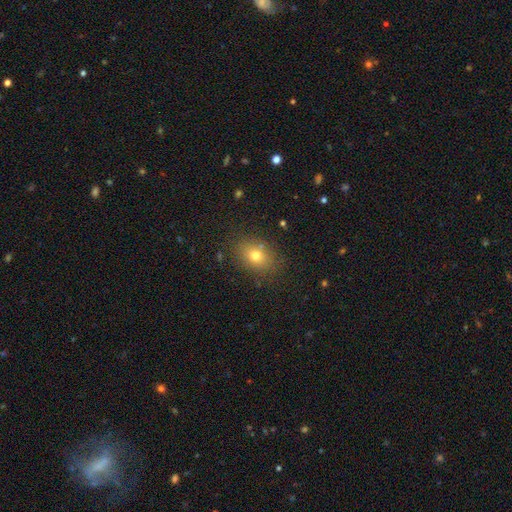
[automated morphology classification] Smooth or featured?
  - smooth: 74% *
  - star or artifact: 13%
  - featured or disk: 13%
How rounded?
  - in between: 69% *
  - round: 29%
  - cigar-shaped: 1%
Merging?
  - none: 83% *
  - minor disturbance: 11%
  - major disturbance: 4%
  - merger: 2%